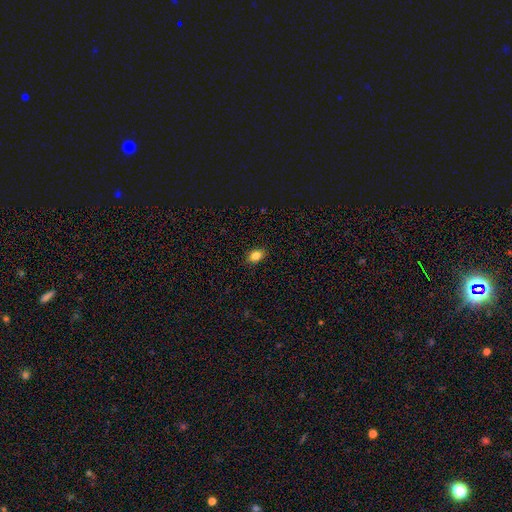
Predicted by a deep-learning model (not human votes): Morphology: type=smooth (85%); roundness=in between (78%); merging=none (88%).